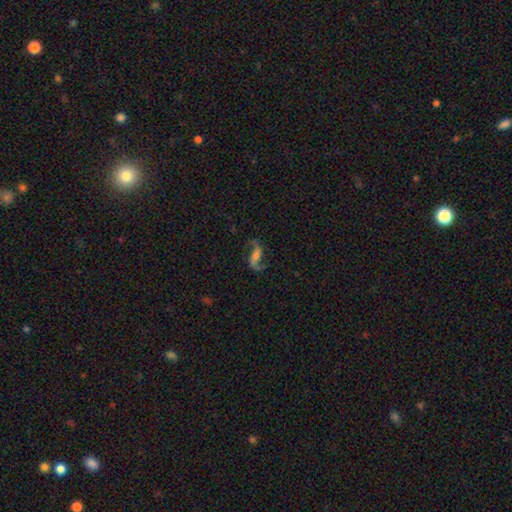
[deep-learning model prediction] Q: Smooth or featured?
A: featured or disk (80%); runner-up: smooth (12%)
Q: Edge-on disk?
A: no (95%); runner-up: yes (5%)
Q: Bar?
A: weak (37%); runner-up: no (33%)
Q: Spiral arms?
A: yes (95%); runner-up: no (5%)
Q: Spiral winding?
A: loose (76%); runner-up: medium (19%)
Q: Spiral arm count?
A: 2 (91%); runner-up: 1 (4%)
Q: Bulge size?
A: small (35%); runner-up: moderate (29%)
Q: Merging?
A: none (71%); runner-up: minor disturbance (15%)